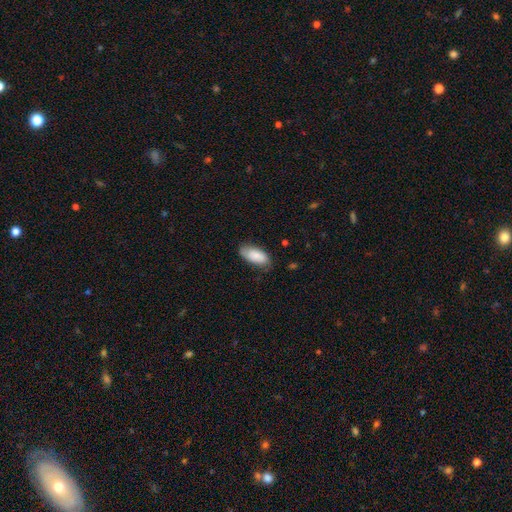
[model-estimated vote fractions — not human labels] The model was most divided on "merging": none: 73%, minor disturbance: 22%, major disturbance: 4%, merger: 1%. More confident: how rounded — in between (91%); smooth or featured — smooth (82%).